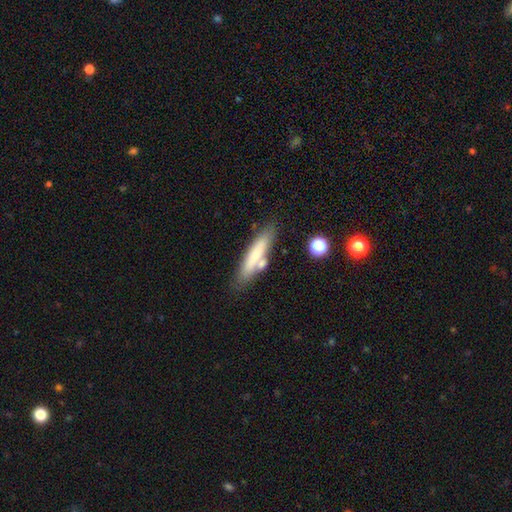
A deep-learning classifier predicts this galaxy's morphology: smooth_or_featured: smooth (p=0.68) [alt: featured or disk p=0.24]
how_rounded: cigar-shaped (p=0.81) [alt: in between p=0.17]
merging: none (p=0.67) [alt: minor disturbance p=0.15]